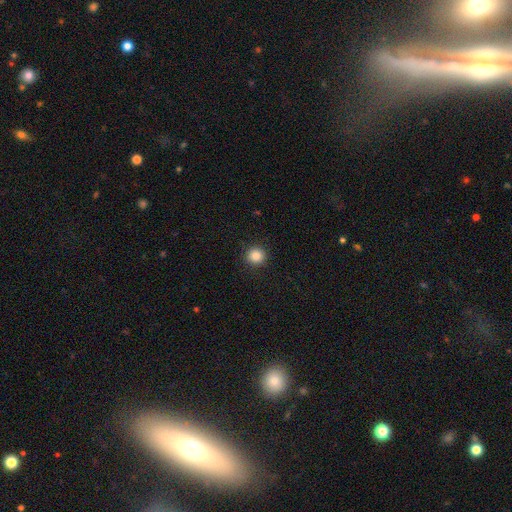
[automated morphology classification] Q: Smooth or featured?
A: smooth (86%); runner-up: star or artifact (10%)
Q: How rounded?
A: round (94%); runner-up: in between (5%)
Q: Merging?
A: none (92%); runner-up: minor disturbance (5%)